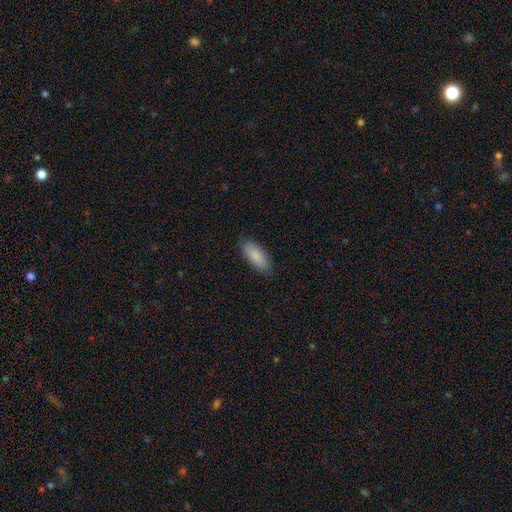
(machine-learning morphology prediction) The model was most divided on "how rounded": in between: 81%, cigar-shaped: 17%, round: 2%. More confident: smooth or featured — smooth (88%); merging — none (85%).